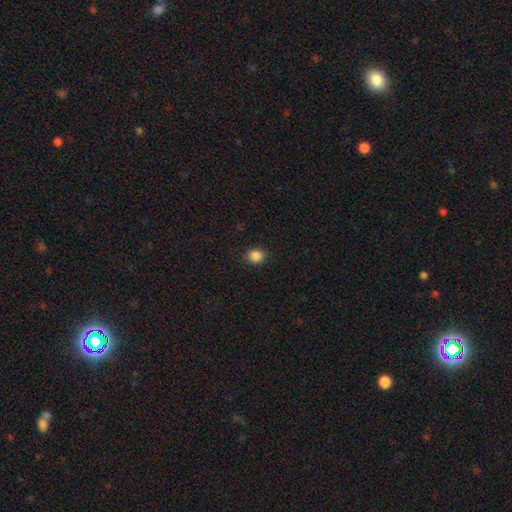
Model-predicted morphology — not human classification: A smooth galaxy with no disk features (86%) that is round (71%).

Vote fractions:
- Smooth or featured? smooth: 86% / star or artifact: 11% / featured or disk: 3%
- How rounded? round: 71% / in between: 28% / cigar-shaped: 1%
- Merging? none: 89% / minor disturbance: 8% / major disturbance: 2% / merger: 1%